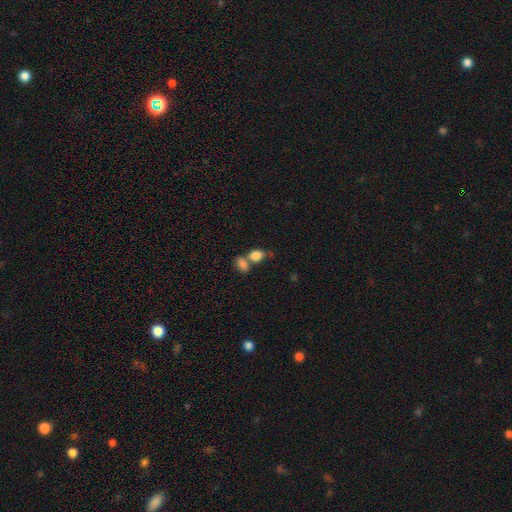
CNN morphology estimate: Overall: smooth (83%). How rounded: in between (71%). Merging: merger (53%; none 32%).